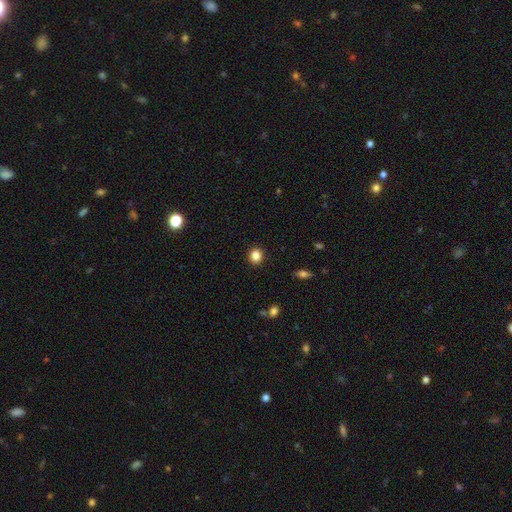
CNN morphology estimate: type=smooth (85%); roundness=round (82%); merging=none (91%).